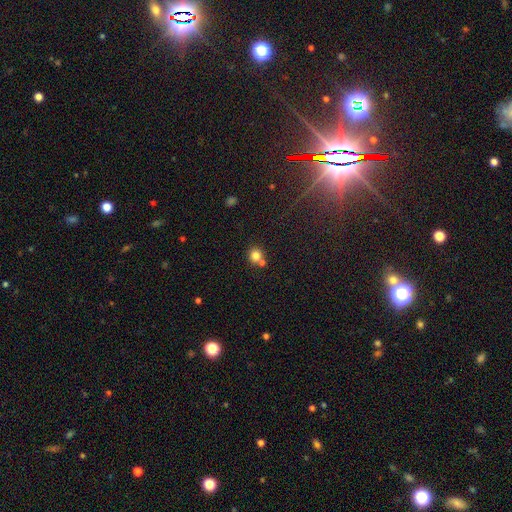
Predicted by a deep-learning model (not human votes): Morphology: type=smooth (80%); roundness=round (87%); merging=none (57%).